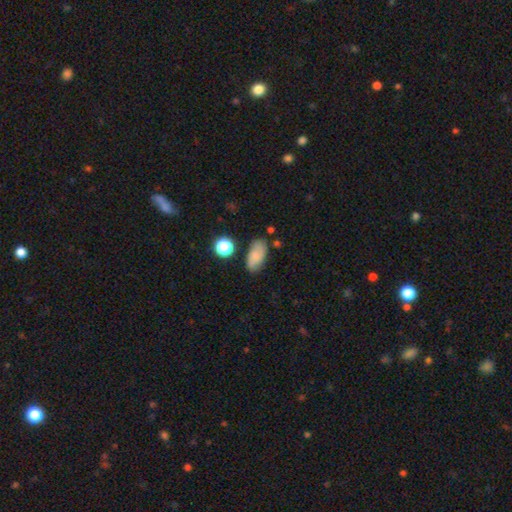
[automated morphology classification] Smooth or featured? smooth (75%)
How rounded? in between (90%)
Merging? none (71%)